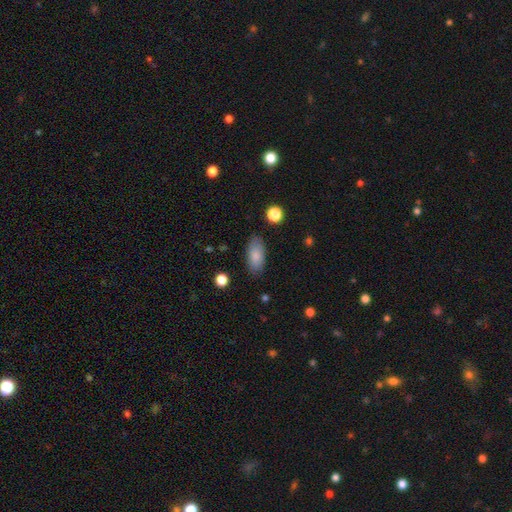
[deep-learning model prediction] A smooth galaxy with no disk features (83%) that is in between round and cigar-shaped (89%).

Vote fractions:
- Smooth or featured? smooth: 83% / featured or disk: 10% / star or artifact: 7%
- How rounded? in between: 89% / cigar-shaped: 8% / round: 3%
- Merging? none: 85% / minor disturbance: 11% / major disturbance: 3% / merger: 2%